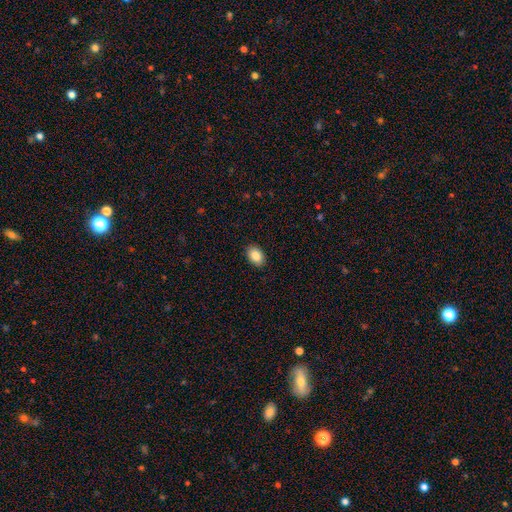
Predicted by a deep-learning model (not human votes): Q: Smooth or featured?
A: smooth (88%); runner-up: star or artifact (7%)
Q: How rounded?
A: in between (84%); runner-up: round (15%)
Q: Merging?
A: none (89%); runner-up: minor disturbance (8%)